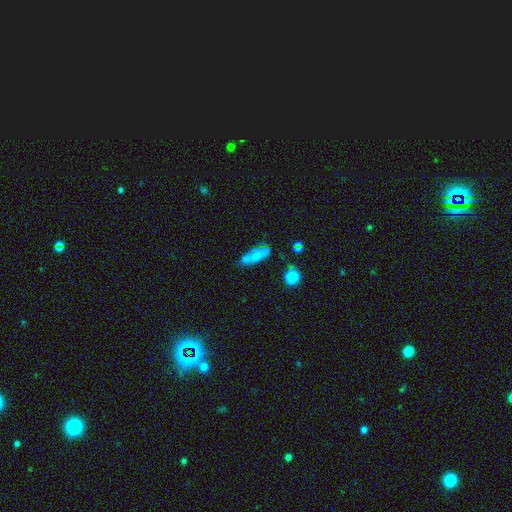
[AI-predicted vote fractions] Smooth or featured? smooth (65%)
How rounded? in between (66%)
Merging? none (41%)